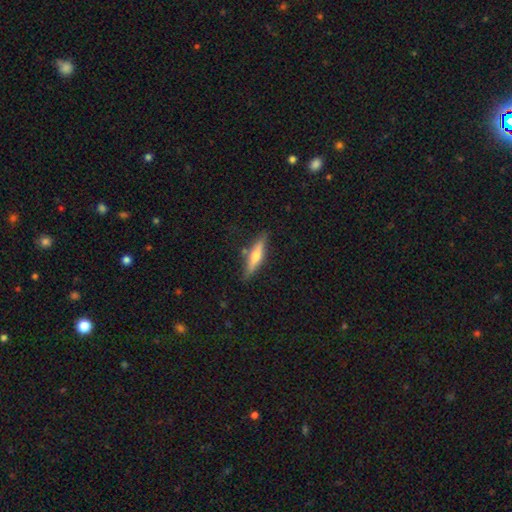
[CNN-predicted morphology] This is possibly a featured or disk galaxy (49%). Merging: clearly none (82%).